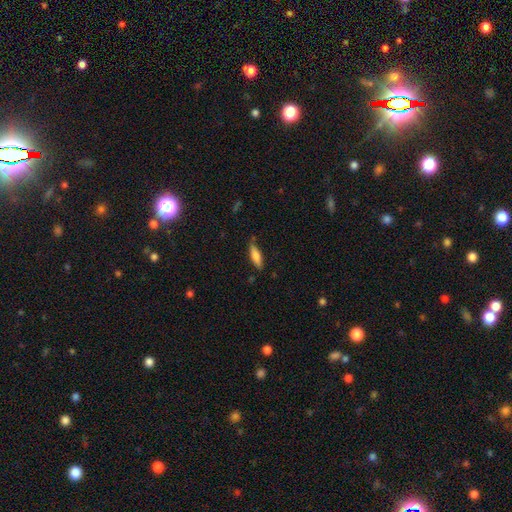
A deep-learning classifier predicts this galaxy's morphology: This is likely a smooth galaxy (73%). How rounded: possibly cigar-shaped (55%). Merging: likely none (74%).